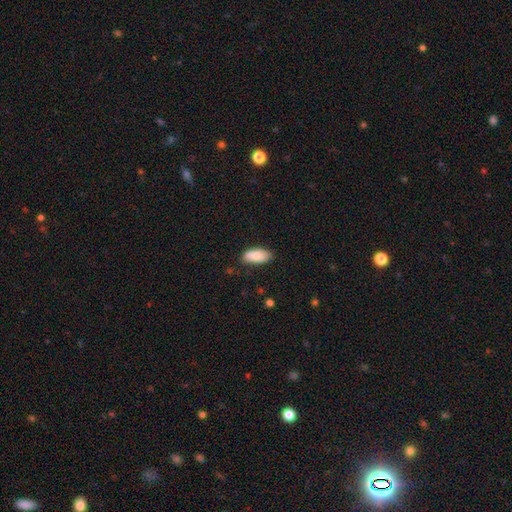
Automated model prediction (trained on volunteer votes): smooth 85%, featured or disk 9%, star or artifact 6%. Down the decision tree: how rounded — in between (91%); merging — none (80%).